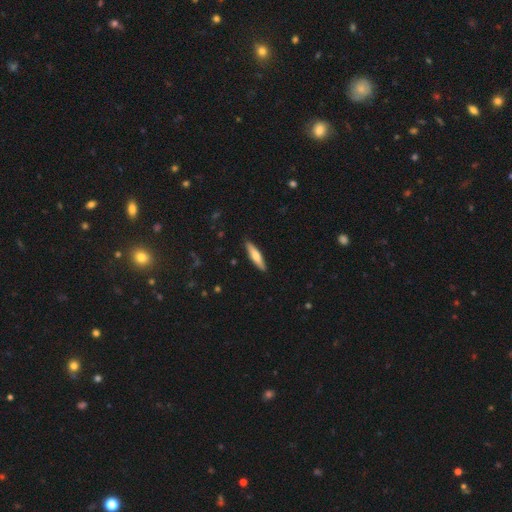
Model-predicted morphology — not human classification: A smooth galaxy with no disk features (61%) that is cigar-shaped (79%). Merging: none (90%).